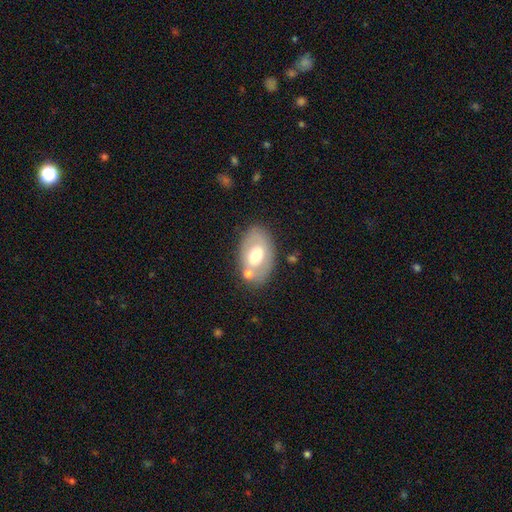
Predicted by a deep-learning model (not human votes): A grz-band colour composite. It shows a smooth galaxy with no disk features (53%) that is in between round and cigar-shaped (87%). Merging: none (68%).